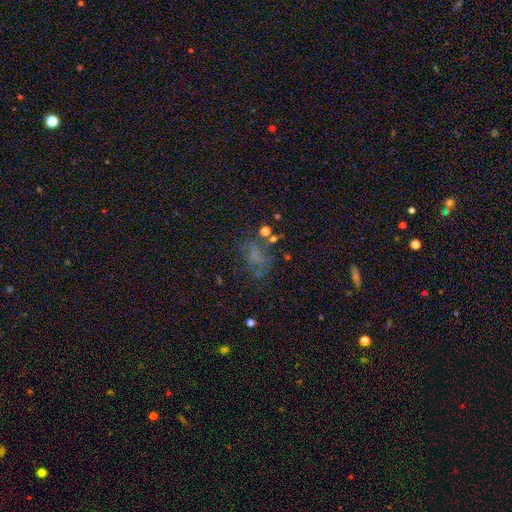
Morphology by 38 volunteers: Smooth or featured?
  - smooth: 55% *
  - featured or disk: 34%
  - star or artifact: 11%
How rounded?
  - in between: 62% *
  - round: 29%
  - cigar-shaped: 10%
Merging?
  - none: 65% *
  - minor disturbance: 15%
  - major disturbance: 15%
  - merger: 6%